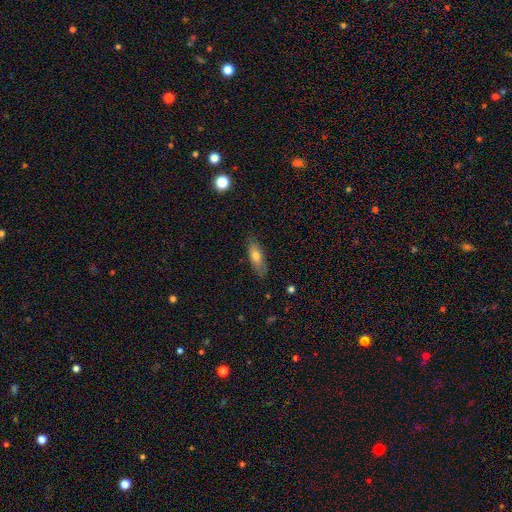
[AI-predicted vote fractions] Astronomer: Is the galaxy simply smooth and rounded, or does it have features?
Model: smooth — 70%.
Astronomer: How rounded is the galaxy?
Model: in between — 67%.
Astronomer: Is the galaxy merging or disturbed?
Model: none — 81%.